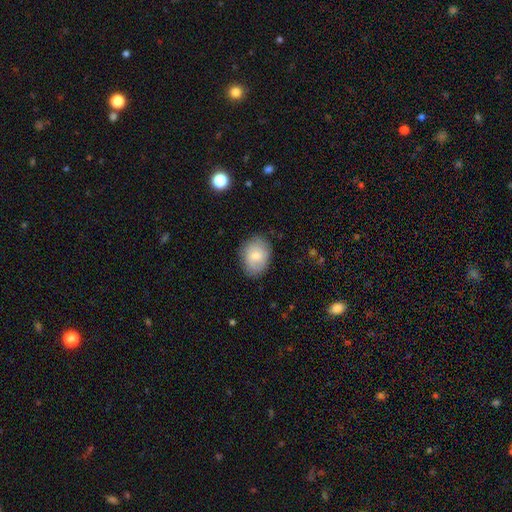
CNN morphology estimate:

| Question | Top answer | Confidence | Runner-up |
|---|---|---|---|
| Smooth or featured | smooth | 72% | featured or disk (21%) |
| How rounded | in between | 63% | round (36%) |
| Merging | none | 80% | minor disturbance (15%) |